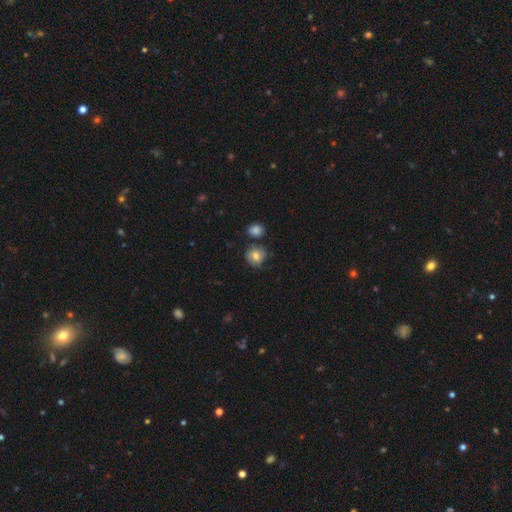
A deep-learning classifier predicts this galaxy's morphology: The model was most divided on "merging": none: 64%, minor disturbance: 21%, merger: 9%, major disturbance: 6%. More confident: how rounded — round (79%); smooth or featured — smooth (70%).